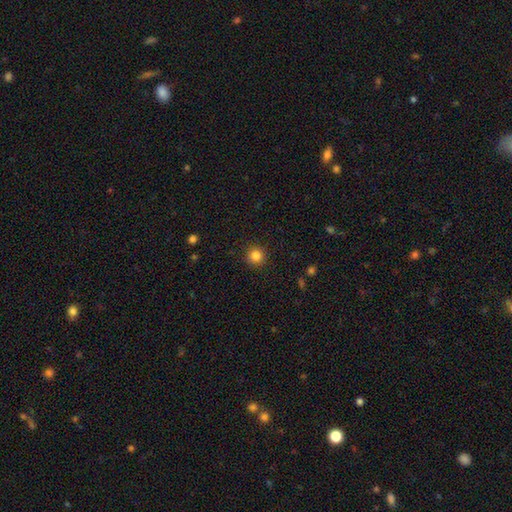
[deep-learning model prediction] Smooth or featured? Predicted: smooth (p=0.84). How rounded? Predicted: round (p=0.95). Merging? Predicted: none (p=0.92).